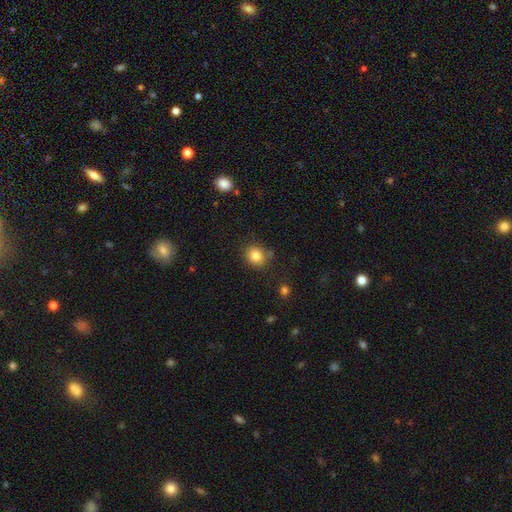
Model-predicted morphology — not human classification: Q: Smooth or featured?
A: smooth (83%); runner-up: star or artifact (11%)
Q: How rounded?
A: round (76%); runner-up: in between (23%)
Q: Merging?
A: none (80%); runner-up: minor disturbance (13%)